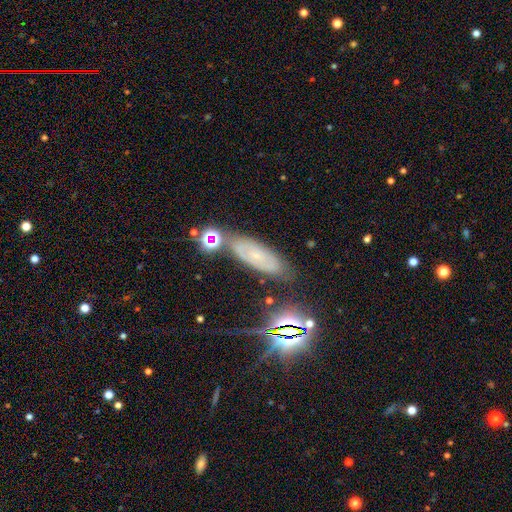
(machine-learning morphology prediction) Overall: featured or disk (43%; smooth 31%). Merging: none (73%).